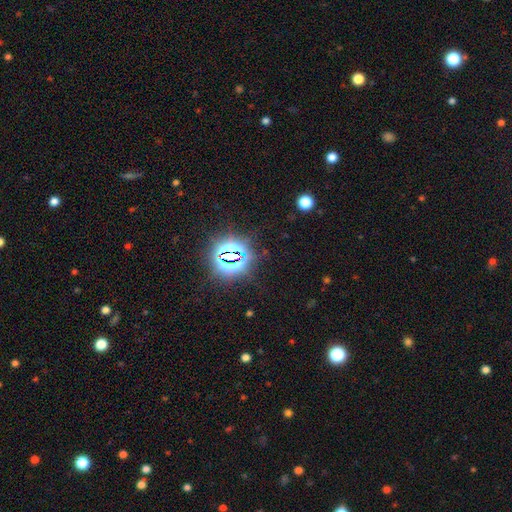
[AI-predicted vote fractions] A star or artifact, not a galaxy (82%).